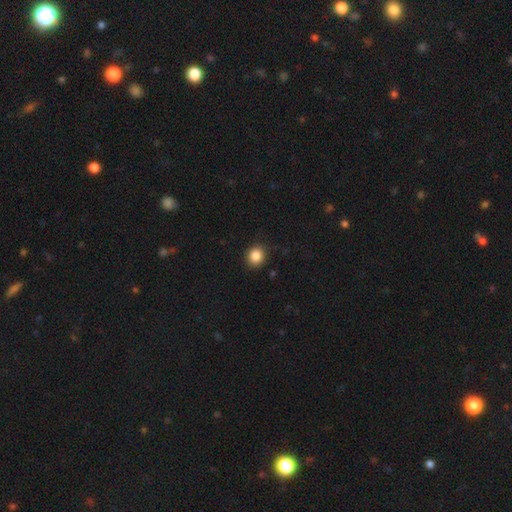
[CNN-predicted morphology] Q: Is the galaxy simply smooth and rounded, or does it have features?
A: smooth — 86%.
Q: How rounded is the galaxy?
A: round — 83%.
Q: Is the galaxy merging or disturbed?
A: none — 88%.